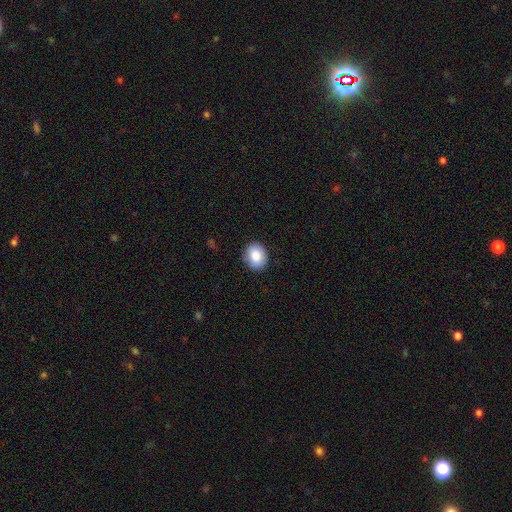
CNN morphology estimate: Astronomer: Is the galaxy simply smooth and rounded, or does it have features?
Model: smooth — 86%.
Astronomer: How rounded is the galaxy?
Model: in between — 50% (runner-up: round, 49%).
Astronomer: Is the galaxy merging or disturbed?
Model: none — 87%.